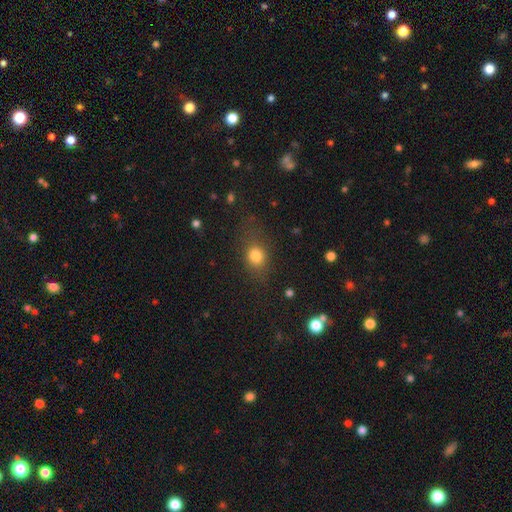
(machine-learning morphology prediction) Smooth or featured: smooth — 79% (star or artifact — 12%)
How rounded: round — 51% (in between — 46%)
Merging: none — 68% (minor disturbance — 17%)